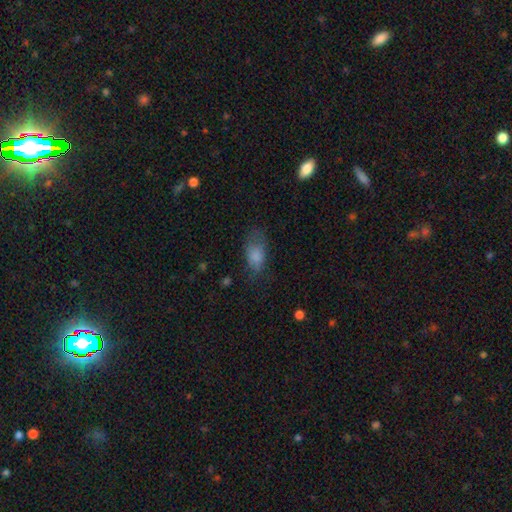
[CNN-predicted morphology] Overall: smooth (78%). How rounded: in between (89%). Merging: none (51%; minor disturbance 29%).